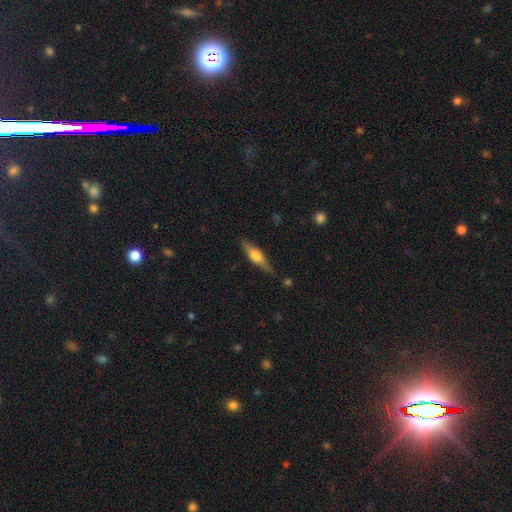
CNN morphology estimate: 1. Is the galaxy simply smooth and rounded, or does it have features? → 61% featured or disk, 33% smooth, 6% star or artifact.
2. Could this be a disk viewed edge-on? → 95% yes, 5% no.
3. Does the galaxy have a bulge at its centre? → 88% rounded, 9% boxy, 2% none.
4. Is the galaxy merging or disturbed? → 84% none, 11% minor disturbance, 2% major disturbance, 2% merger.